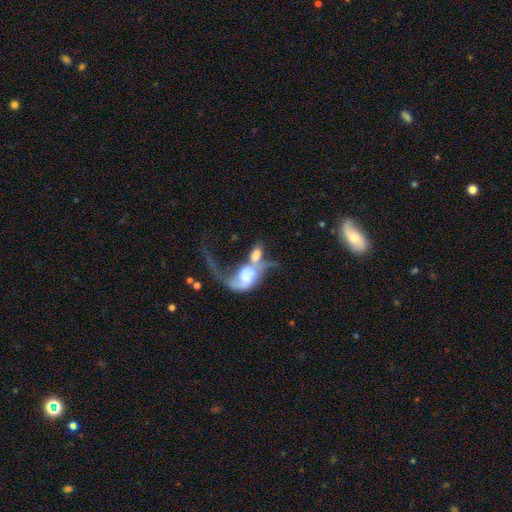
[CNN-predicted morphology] Q: Smooth or featured?
A: featured or disk (56%); runner-up: smooth (35%)
Q: Edge-on disk?
A: no (93%); runner-up: yes (7%)
Q: Bar?
A: no (68%); runner-up: weak (23%)
Q: Spiral arms?
A: yes (70%); runner-up: no (30%)
Q: Bulge size?
A: large (30%); runner-up: none (24%)
Q: Merging?
A: merger (68%); runner-up: major disturbance (18%)